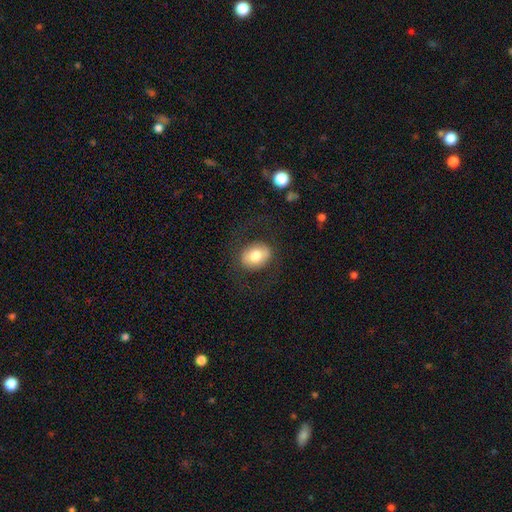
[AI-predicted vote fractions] Smooth or featured? Predicted: smooth (p=0.70). How rounded? Predicted: in between (p=0.56). Merging? Predicted: none (p=0.79).